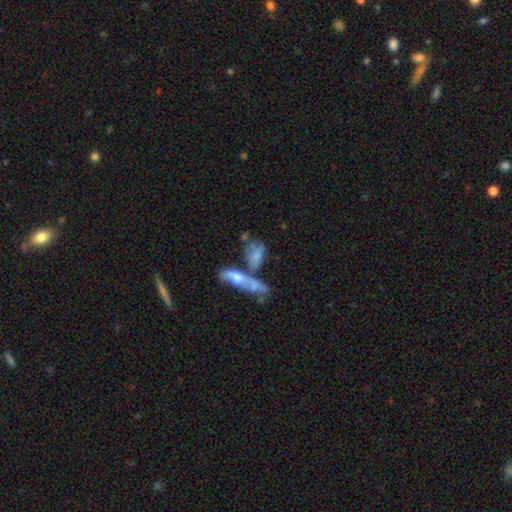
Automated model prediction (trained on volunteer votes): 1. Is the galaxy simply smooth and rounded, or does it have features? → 61% smooth, 31% featured or disk, 9% star or artifact.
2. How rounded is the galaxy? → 70% in between, 24% cigar-shaped, 6% round.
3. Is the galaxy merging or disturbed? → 55% merger, 23% none, 12% minor disturbance, 9% major disturbance.